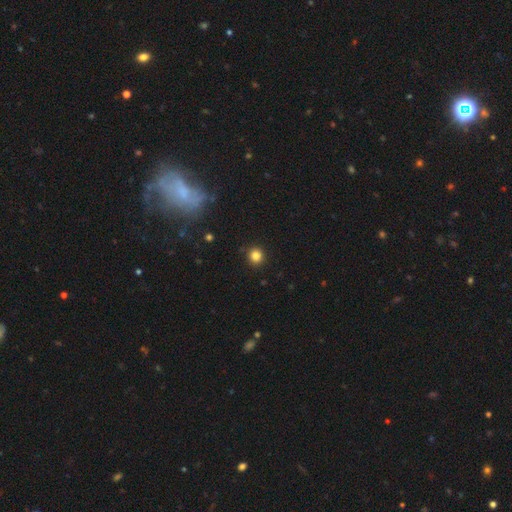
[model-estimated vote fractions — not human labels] Smooth or featured? Predicted: smooth (p=0.84). How rounded? Predicted: round (p=0.91). Merging? Predicted: none (p=0.91).